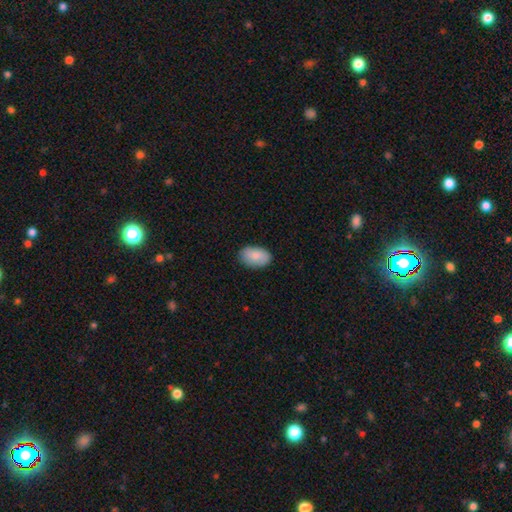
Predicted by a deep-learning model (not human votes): smooth 86%, featured or disk 8%, star or artifact 6%. Down the decision tree: how rounded — in between (92%); merging — none (85%).